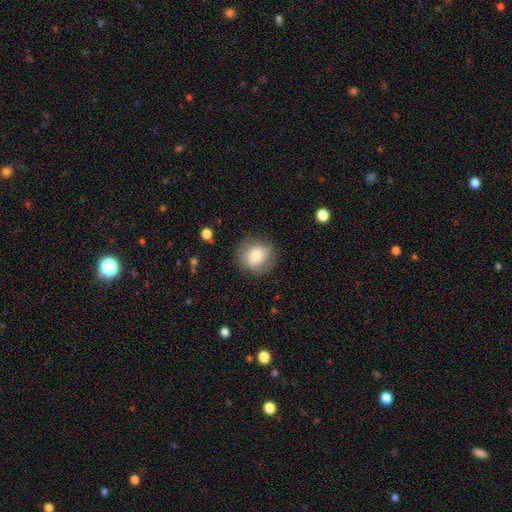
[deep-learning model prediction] Smooth or featured: smooth — 70% (featured or disk — 21%)
How rounded: round — 75% (in between — 24%)
Merging: none — 76% (minor disturbance — 17%)